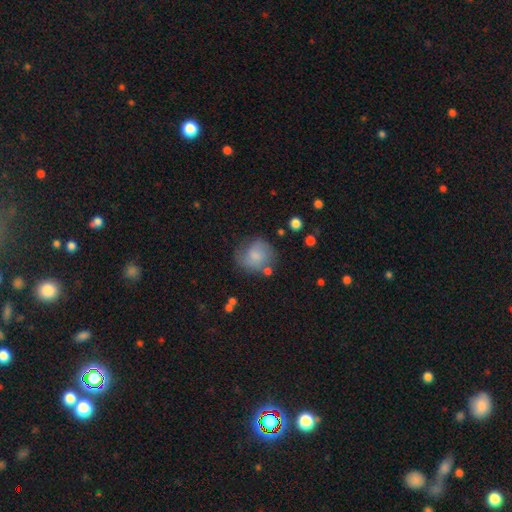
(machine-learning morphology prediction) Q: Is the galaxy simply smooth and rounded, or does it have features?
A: smooth — 61%.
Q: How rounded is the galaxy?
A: round — 78%.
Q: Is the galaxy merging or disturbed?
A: none — 58%.